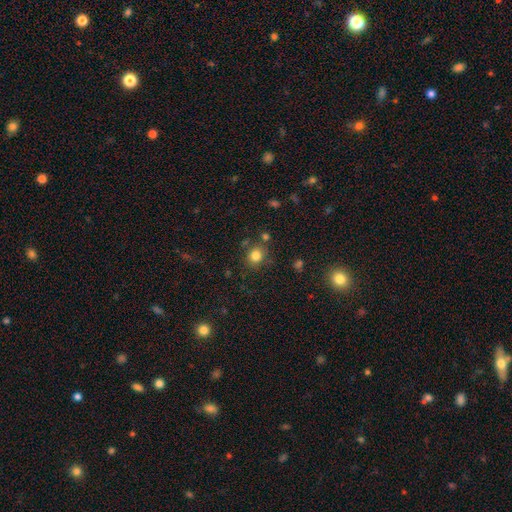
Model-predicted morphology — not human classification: The model was most divided on "how rounded": round: 76%, in between: 23%, cigar-shaped: 1%. More confident: smooth or featured — smooth (82%); merging — none (79%).